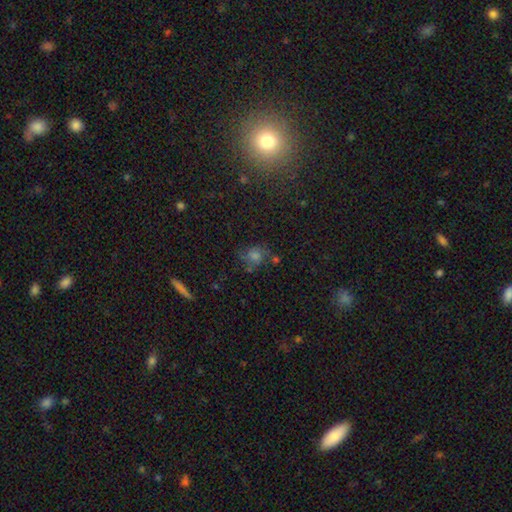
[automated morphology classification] The model was most divided on "smooth or featured": smooth: 44%, featured or disk: 28%, star or artifact: 28%. More confident: merging — none (64%).